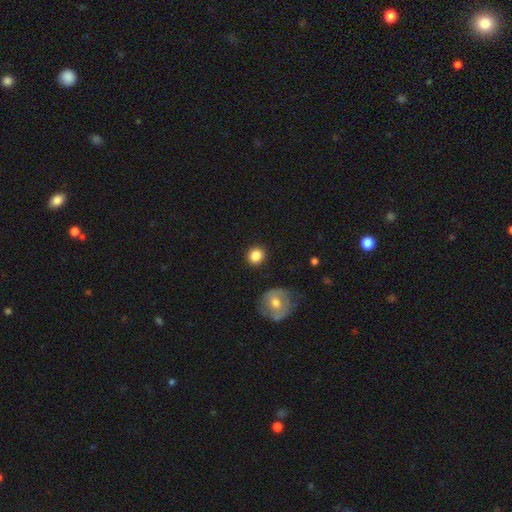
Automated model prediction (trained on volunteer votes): The model was most divided on "smooth or featured": smooth: 85%, star or artifact: 10%, featured or disk: 5%. More confident: merging — none (89%); how rounded — round (89%).